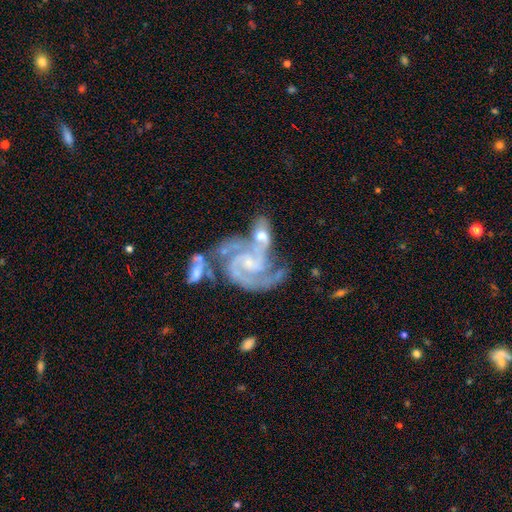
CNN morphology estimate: Smooth or featured: featured or disk — 92% (star or artifact — 5%)
Edge-on disk: no — 98% (yes — 2%)
Bar: weak — 42% (no — 41%)
Spiral arms: yes — 98% (no — 2%)
Spiral winding: medium — 50% (tight — 41%)
Spiral arm count: 2 — 71% (3 — 16%)
Bulge size: small — 66% (moderate — 25%)
Merging: merger — 44% (none — 30%)